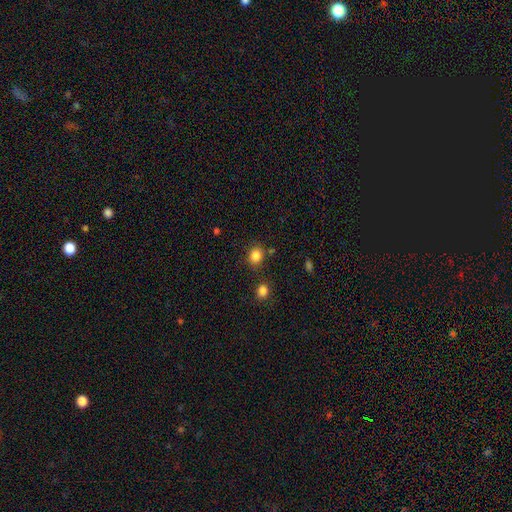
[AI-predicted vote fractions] This is clearly a smooth galaxy (84%). How rounded: likely round (72%). Merging: likely none (79%).